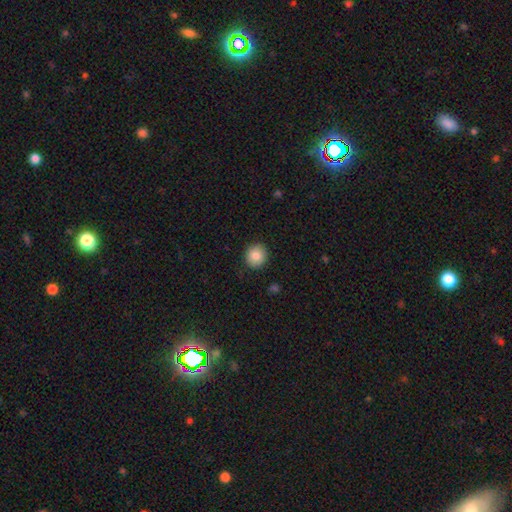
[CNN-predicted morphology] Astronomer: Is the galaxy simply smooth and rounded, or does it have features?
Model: smooth — 86%.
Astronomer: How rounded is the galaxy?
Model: round — 88%.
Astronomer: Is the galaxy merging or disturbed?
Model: none — 89%.